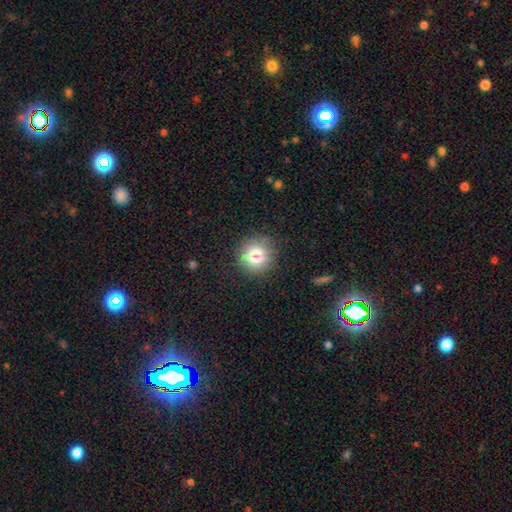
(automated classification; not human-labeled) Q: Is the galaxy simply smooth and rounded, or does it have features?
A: smooth — 82%.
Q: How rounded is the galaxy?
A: round — 93%.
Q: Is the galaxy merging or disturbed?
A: none — 86%.